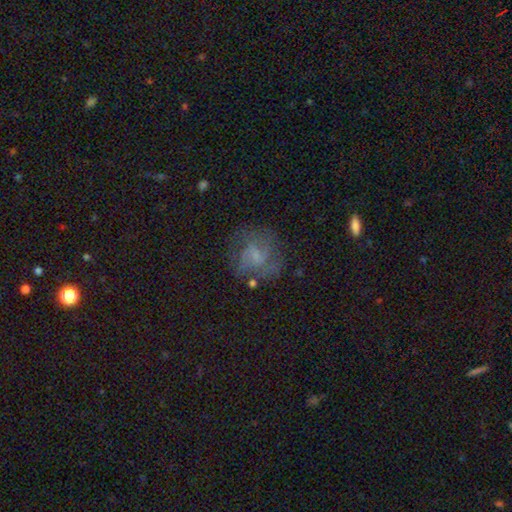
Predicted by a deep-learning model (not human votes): Smooth or featured: featured or disk — 55% (smooth — 31%)
Edge-on disk: no — 98% (yes — 2%)
Bar: no — 47% (weak — 44%)
Spiral arms: yes — 74% (no — 26%)
Bulge size: small — 42% (none — 34%)
Merging: none — 58% (minor disturbance — 20%)